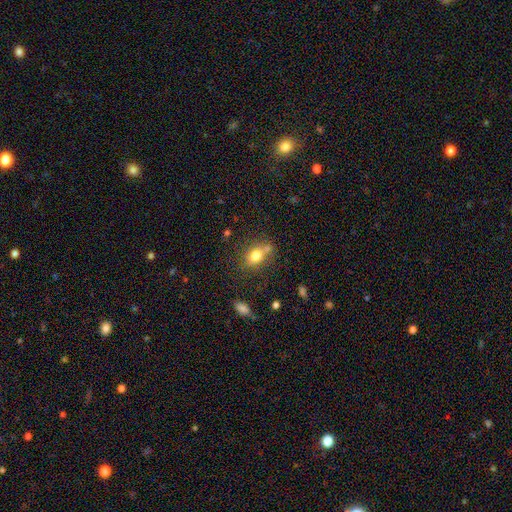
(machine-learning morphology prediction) smooth 77%, featured or disk 12%, star or artifact 11%. Down the decision tree: how rounded — in between (66%); merging — none (60%).